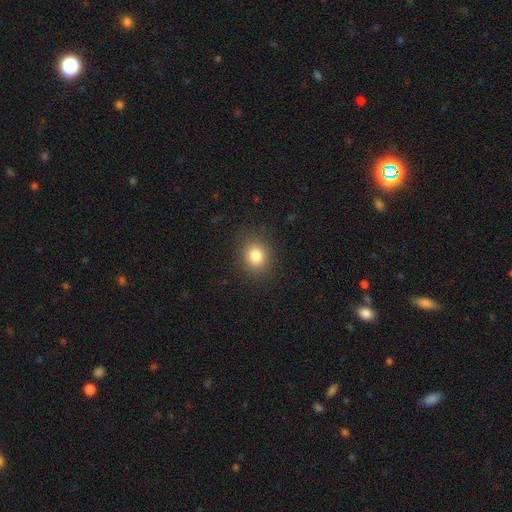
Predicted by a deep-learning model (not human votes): smooth_or_featured: smooth (p=0.82) [alt: star or artifact p=0.11]
how_rounded: round (p=0.67) [alt: in between p=0.33]
merging: none (p=0.87) [alt: minor disturbance p=0.09]